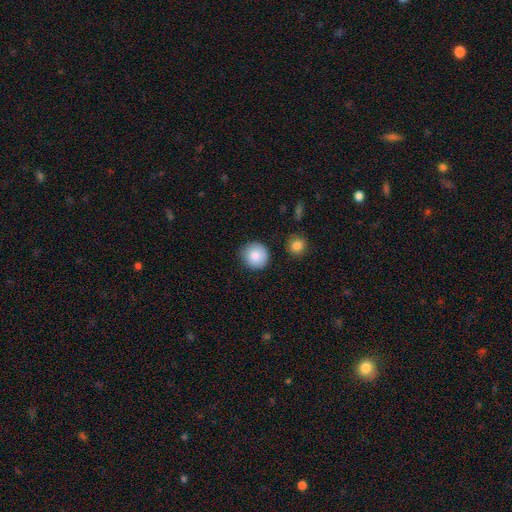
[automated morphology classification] smooth-or-featured: smooth: 86% | star or artifact: 8% | featured or disk: 6%
  how-rounded: round: 93% | in between: 7% | cigar-shaped: 1%
  merging: none: 85% | minor disturbance: 10% | merger: 2% | major disturbance: 2%